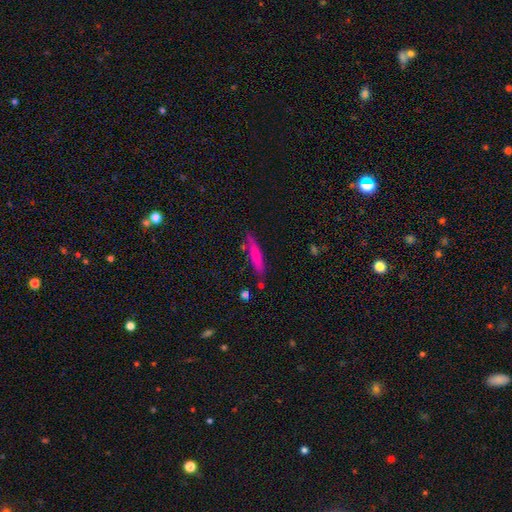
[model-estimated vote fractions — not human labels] smooth-or-featured: smooth: 71% | featured or disk: 22% | star or artifact: 6%
  how-rounded: cigar-shaped: 88% | in between: 10% | round: 2%
  merging: none: 78% | minor disturbance: 14% | merger: 5% | major disturbance: 3%